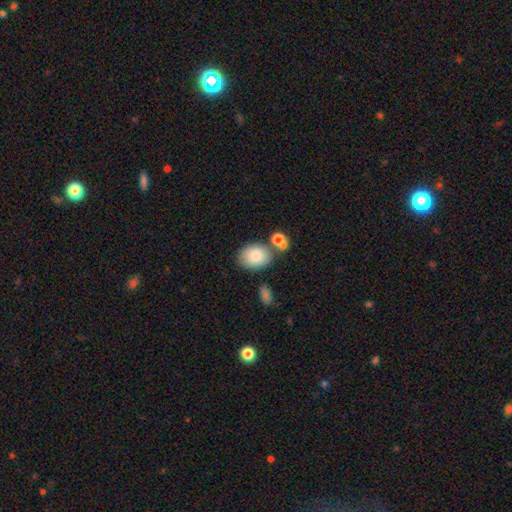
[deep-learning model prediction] smooth 84%, featured or disk 9%, star or artifact 7%. Down the decision tree: how rounded — in between (71%); merging — none (67%).